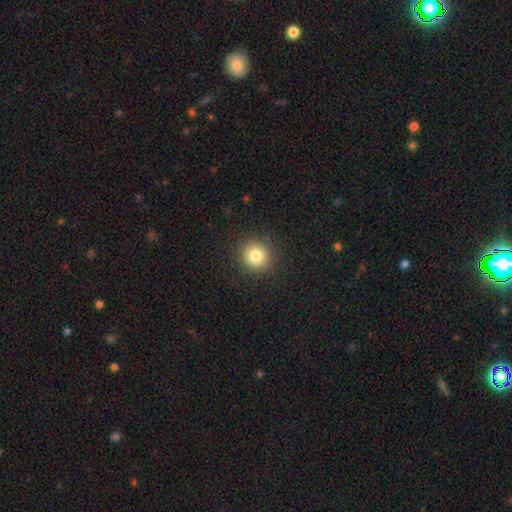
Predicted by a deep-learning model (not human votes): Smooth or featured?
  - smooth: 83% *
  - star or artifact: 11%
  - featured or disk: 6%
How rounded?
  - round: 93% *
  - in between: 6%
  - cigar-shaped: 1%
Merging?
  - none: 91% *
  - minor disturbance: 6%
  - major disturbance: 2%
  - merger: 1%